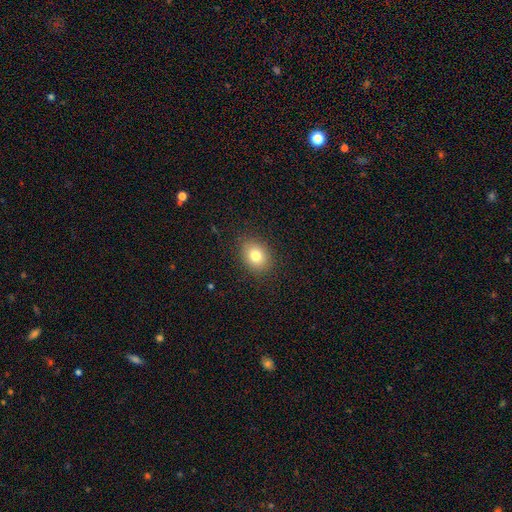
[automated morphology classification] This is likely a smooth galaxy (79%). How rounded: possibly in between (54%). Merging: clearly none (88%).